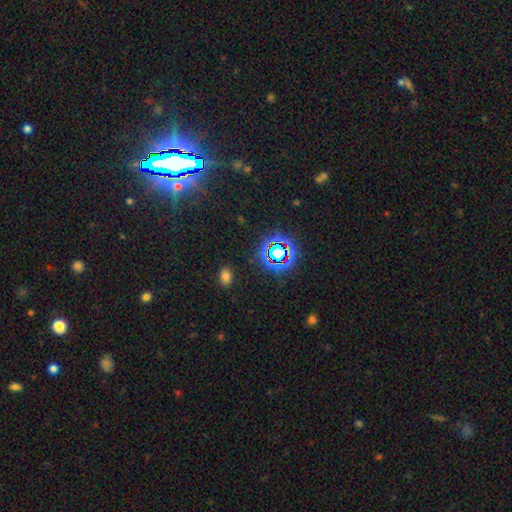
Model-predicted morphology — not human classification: A star or artifact, not a galaxy (78%).